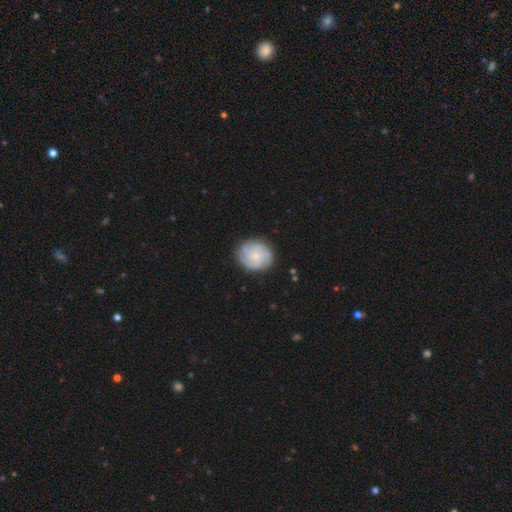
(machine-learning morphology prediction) Smooth or featured? featured or disk (63%)
Edge-on disk? no (98%)
Bar? no (82%)
Spiral arms? yes (91%)
Spiral winding? tight (60%)
Spiral arm count? can't tell (30%)
Bulge size? small (73%)
Merging? none (80%)